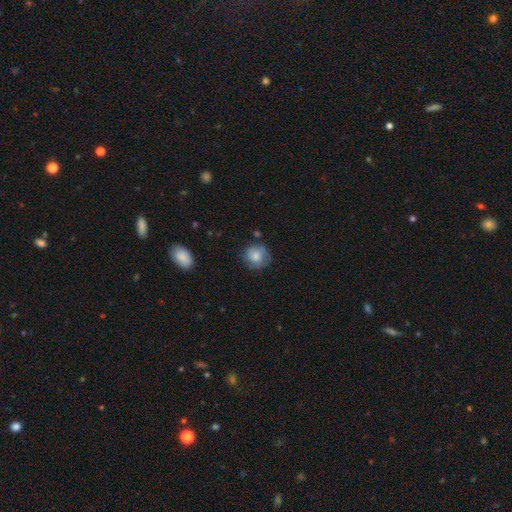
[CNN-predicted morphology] This appears to be a smooth galaxy with no disk features (72%) that is round (87%). Merging: none (72%).